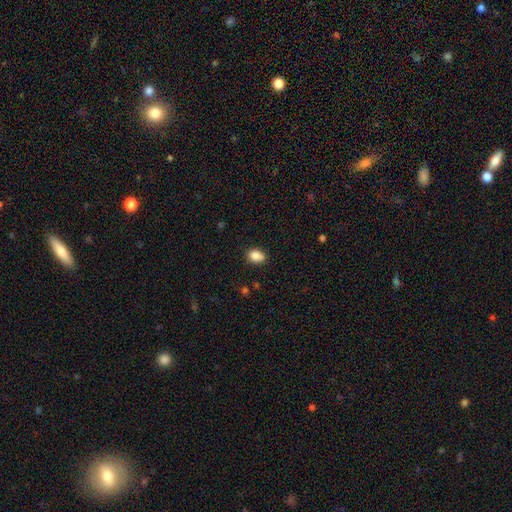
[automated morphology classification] Smooth or featured? Predicted: smooth (p=0.84). How rounded? Predicted: in between (p=0.71). Merging? Predicted: none (p=0.70).